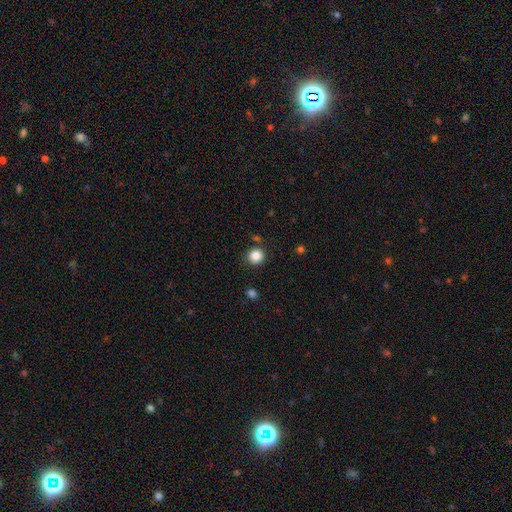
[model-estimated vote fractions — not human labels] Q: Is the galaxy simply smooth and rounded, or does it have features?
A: smooth — 85%.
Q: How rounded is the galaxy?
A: round — 90%.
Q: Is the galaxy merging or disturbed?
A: none — 86%.